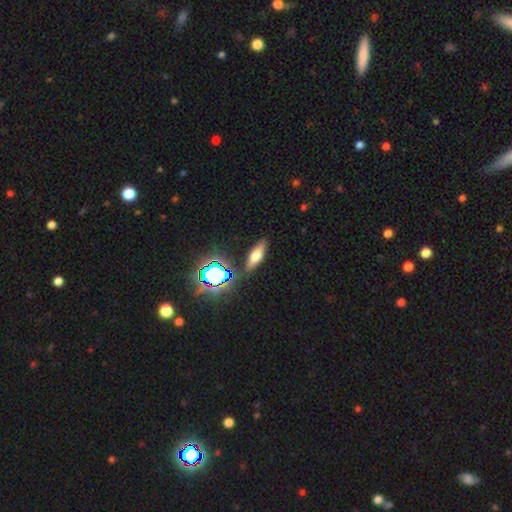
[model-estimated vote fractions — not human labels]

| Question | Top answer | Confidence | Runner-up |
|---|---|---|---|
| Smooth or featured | smooth | 52% | featured or disk (29%) |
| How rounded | in between | 51% | cigar-shaped (43%) |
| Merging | none | 84% | minor disturbance (10%) |